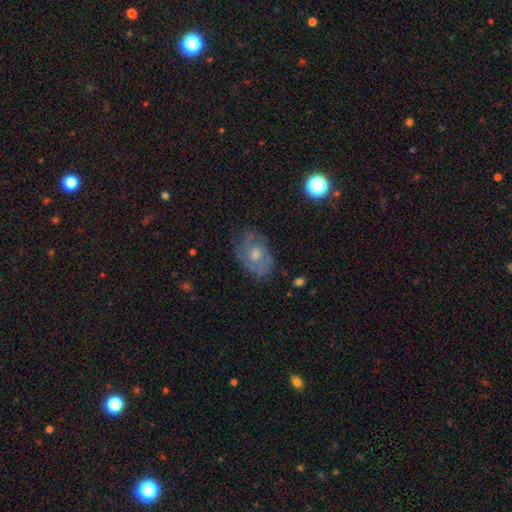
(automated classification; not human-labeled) Q: Smooth or featured?
A: featured or disk (47%); runner-up: smooth (44%)
Q: Merging?
A: none (63%); runner-up: minor disturbance (24%)